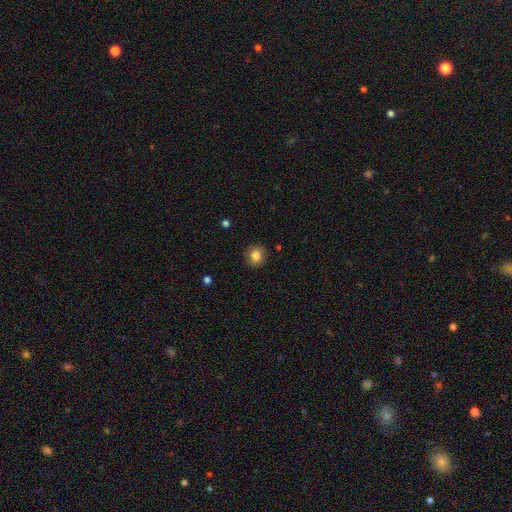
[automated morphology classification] smooth-or-featured: smooth: 83% | star or artifact: 10% | featured or disk: 7%
  how-rounded: round: 85% | in between: 14% | cigar-shaped: 1%
  merging: none: 90% | minor disturbance: 7% | major disturbance: 2% | merger: 1%